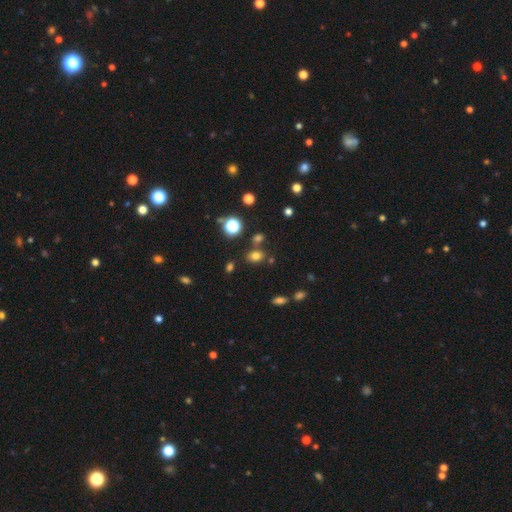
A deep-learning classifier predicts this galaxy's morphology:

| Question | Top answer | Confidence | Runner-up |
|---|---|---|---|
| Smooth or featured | smooth | 73% | star or artifact (20%) |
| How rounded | in between | 64% | round (34%) |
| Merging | none | 73% | minor disturbance (12%) |